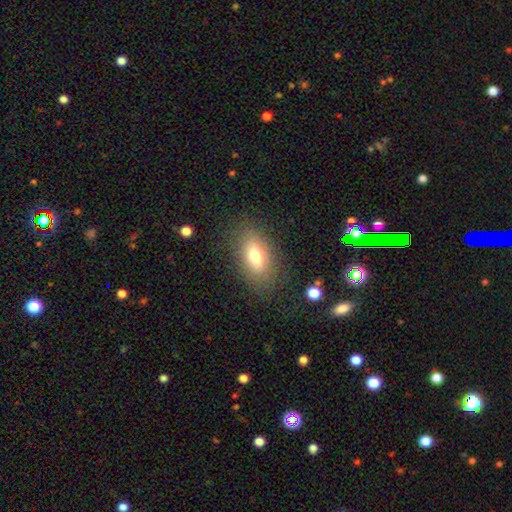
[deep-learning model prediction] smooth-or-featured: smooth: 73% | featured or disk: 17% | star or artifact: 10%
  how-rounded: in between: 87% | round: 9% | cigar-shaped: 4%
  merging: none: 81% | minor disturbance: 12% | major disturbance: 5% | merger: 1%